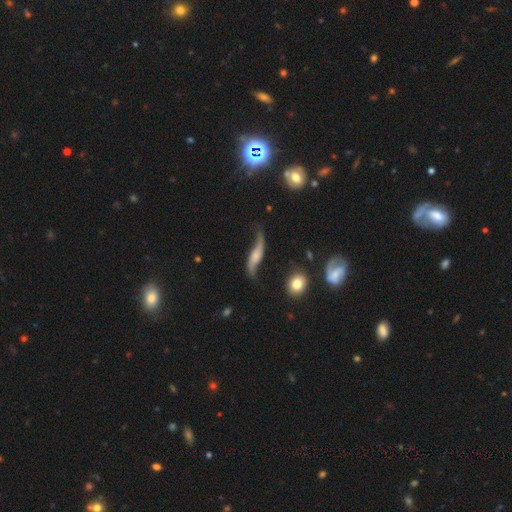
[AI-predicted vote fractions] A featured or disk galaxy (74%) with no bar (59%), 2 (92%) loose (93%) spiral arms (92%) and a small central bulge (40%).

Vote fractions:
- Smooth or featured? featured or disk: 74% / smooth: 19% / star or artifact: 7%
- Edge-on disk? no: 80% / yes: 20%
- Bar? no: 59% / weak: 28% / strong: 13%
- Spiral arms? yes: 92% / no: 8%
- Spiral winding? loose: 93% / medium: 5% / tight: 2%
- Spiral arm count? 2: 92% / 1: 3% / can't tell: 2% / 3: 1% / 4: 1% / more than 4: 1%
- Bulge size? small: 40% / none: 35% / moderate: 17% / large: 5% / dominant: 3%
- Merging? none: 60% / minor disturbance: 23% / major disturbance: 13% / merger: 4%